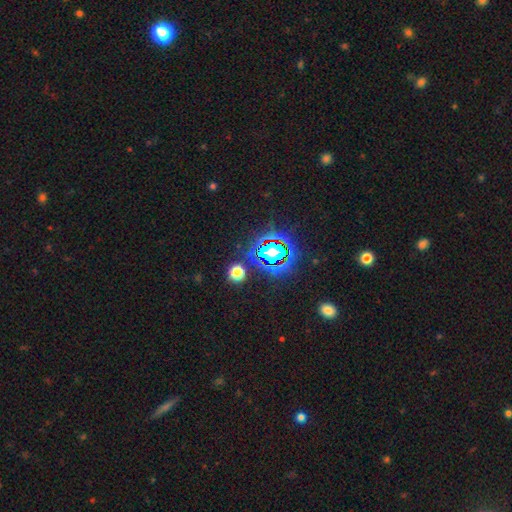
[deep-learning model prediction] Smooth or featured: star or artifact — 81% (smooth — 12%)